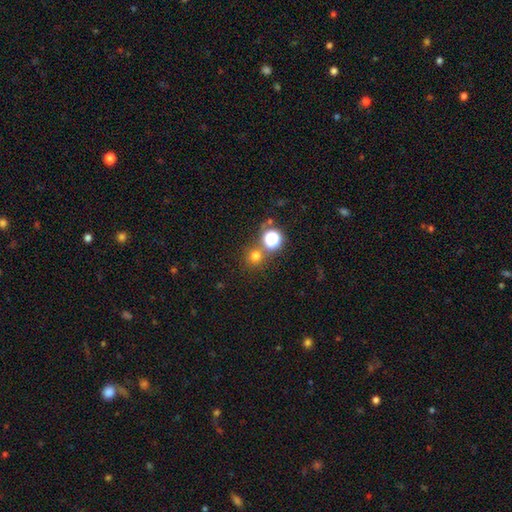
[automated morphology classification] smooth 70%, star or artifact 24%, featured or disk 7%. Down the decision tree: how rounded — round (92%); merging — none (72%).